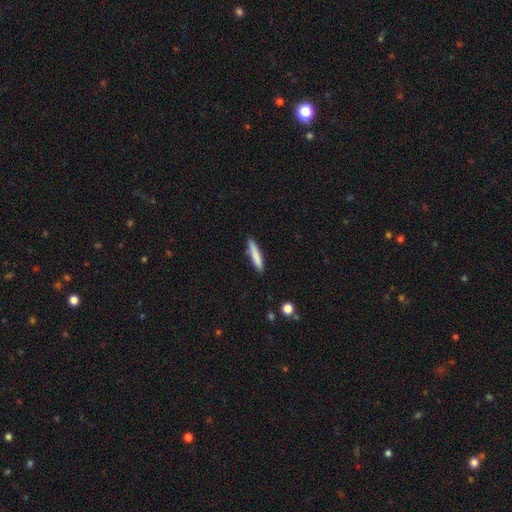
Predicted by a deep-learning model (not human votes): Overall: smooth (82%). How rounded: cigar-shaped (90%). Merging: none (87%).